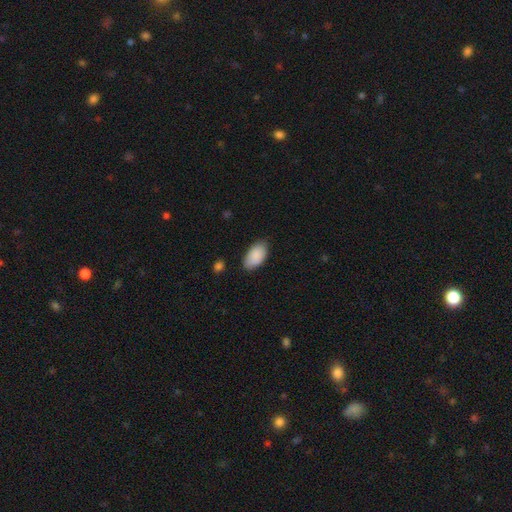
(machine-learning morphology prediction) smooth_or_featured: smooth (p=0.90) [alt: star or artifact p=0.06]
how_rounded: in between (p=0.95) [alt: round p=0.03]
merging: none (p=0.81) [alt: minor disturbance p=0.15]